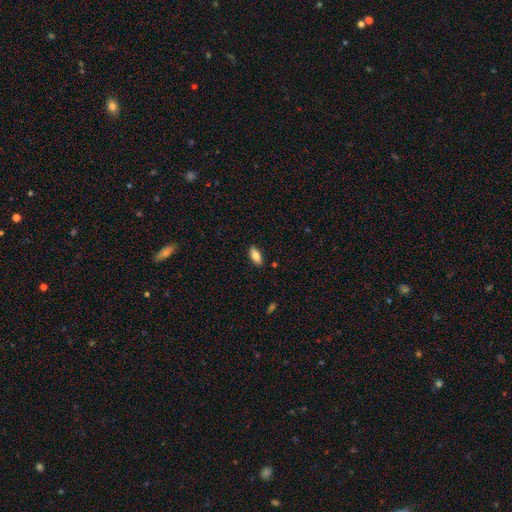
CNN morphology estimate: smooth 79%, featured or disk 14%, star or artifact 7%. Down the decision tree: how rounded — in between (86%); merging — none (88%).